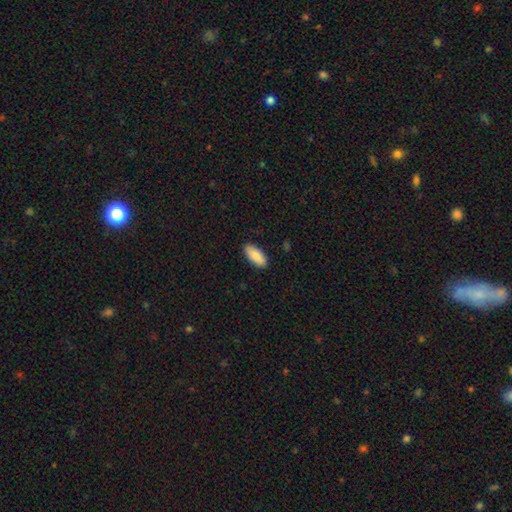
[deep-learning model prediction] smooth 88%, featured or disk 6%, star or artifact 6%. Down the decision tree: how rounded — in between (87%); merging — none (88%).